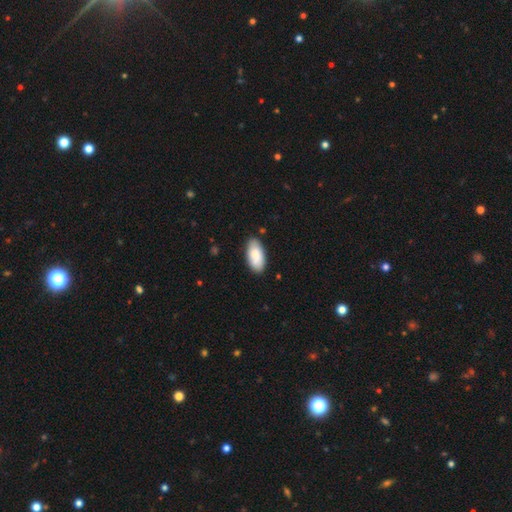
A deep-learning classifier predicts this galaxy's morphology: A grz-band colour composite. It shows a smooth galaxy with no disk features (85%) that is in between round and cigar-shaped (93%). Merging: none (85%).